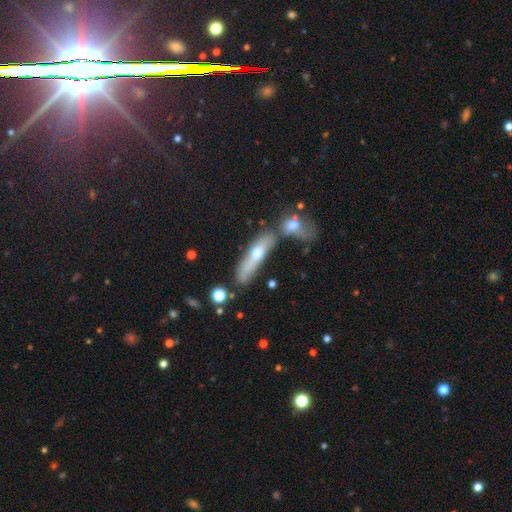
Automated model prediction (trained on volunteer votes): This is possibly a smooth galaxy (49%). Merging: marginally none (40%).